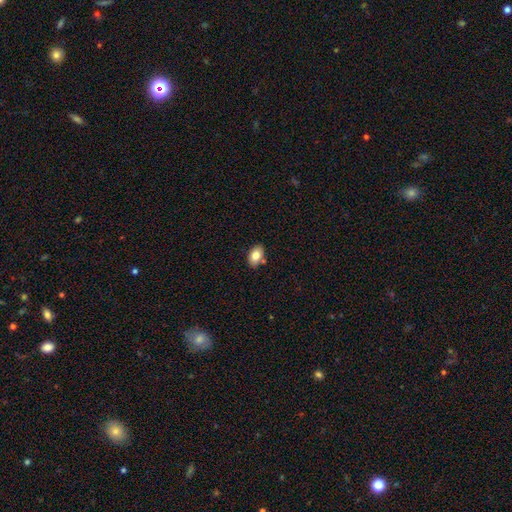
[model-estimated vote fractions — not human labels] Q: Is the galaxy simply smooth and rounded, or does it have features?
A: smooth — 80%.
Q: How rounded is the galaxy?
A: in between — 87%.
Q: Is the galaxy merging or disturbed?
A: none — 79%.